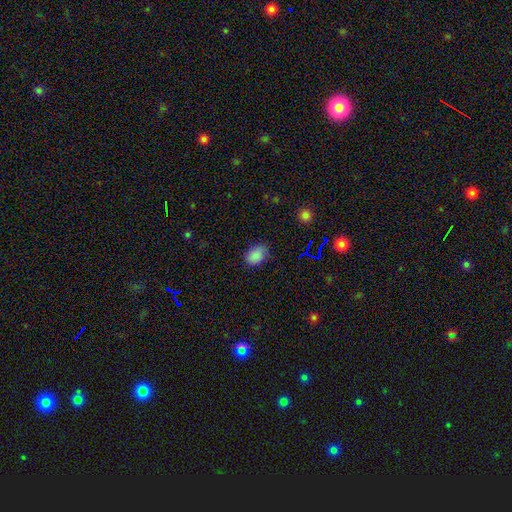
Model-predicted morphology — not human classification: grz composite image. It shows a smooth galaxy with no disk features (85%) that is in between round and cigar-shaped (72%). Merging: none (75%).